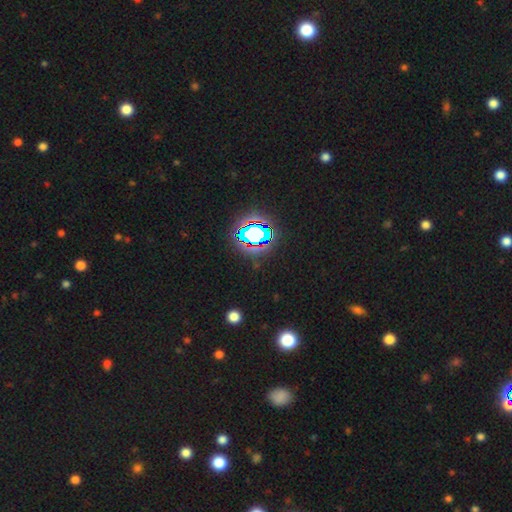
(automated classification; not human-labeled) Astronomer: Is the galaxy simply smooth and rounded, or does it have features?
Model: star or artifact — 75%.